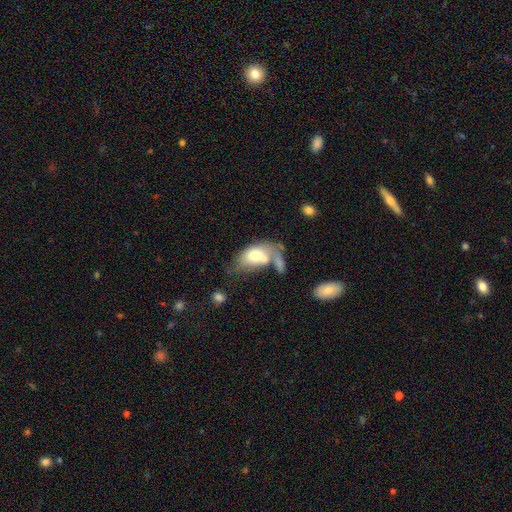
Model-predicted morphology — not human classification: This appears to be a smooth galaxy with no disk features (65%) that is in between round and cigar-shaped (90%). Merging: merger (40%).